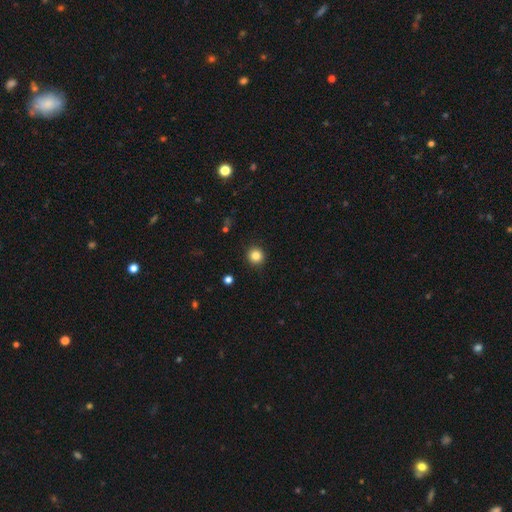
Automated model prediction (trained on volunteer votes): Morphology: type=smooth (84%); roundness=round (94%); merging=none (91%).